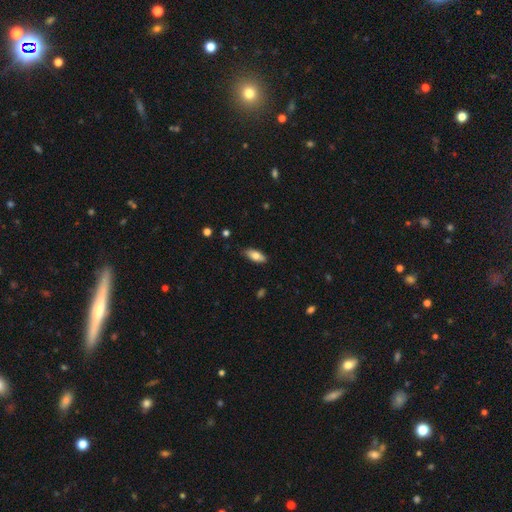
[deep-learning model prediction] smooth-or-featured: smooth: 75% | featured or disk: 18% | star or artifact: 7%
  how-rounded: in between: 84% | cigar-shaped: 13% | round: 2%
  merging: none: 82% | minor disturbance: 14% | major disturbance: 2% | merger: 1%